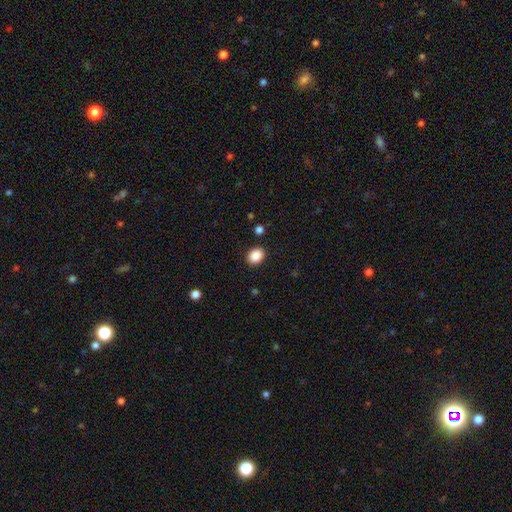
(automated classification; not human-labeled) This appears to be a smooth galaxy with no disk features (88%) that is in between round and cigar-shaped (56%). Merging: none (89%).